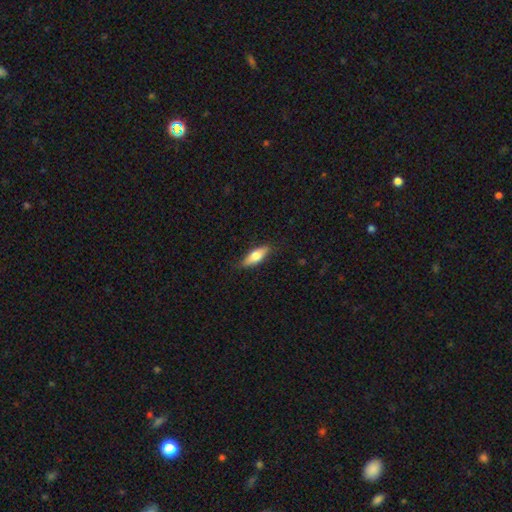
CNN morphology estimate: The model was most divided on "how rounded": in between: 62%, cigar-shaped: 35%, round: 3%. More confident: merging — none (81%); smooth or featured — smooth (67%).